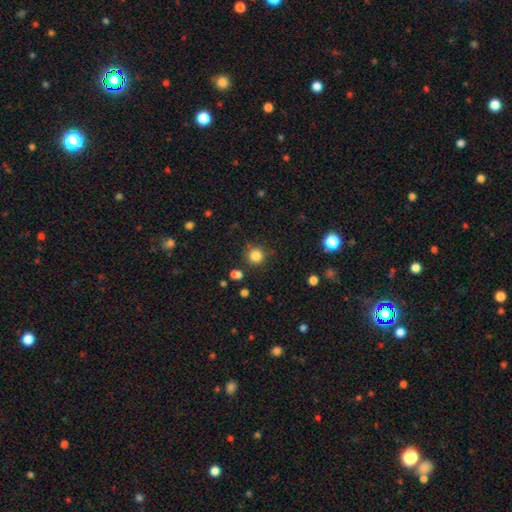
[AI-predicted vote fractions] A smooth galaxy with no disk features (83%) that is round (94%).

Vote fractions:
- Smooth or featured? smooth: 83% / star or artifact: 13% / featured or disk: 4%
- How rounded? round: 94% / in between: 5% / cigar-shaped: 1%
- Merging? none: 85% / minor disturbance: 8% / merger: 4% / major disturbance: 3%